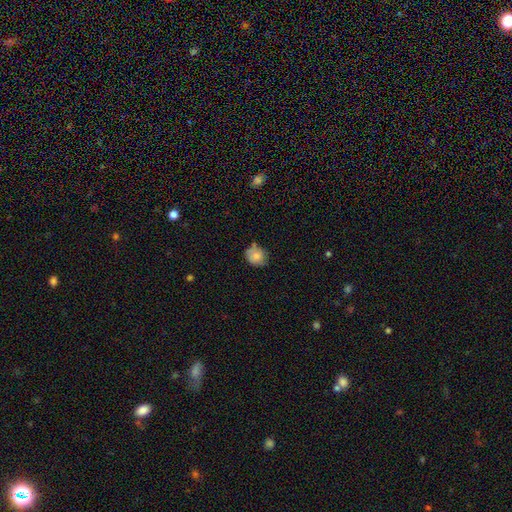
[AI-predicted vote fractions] A smooth galaxy with no disk features (77%) that is round (69%). Merging: none (59%).